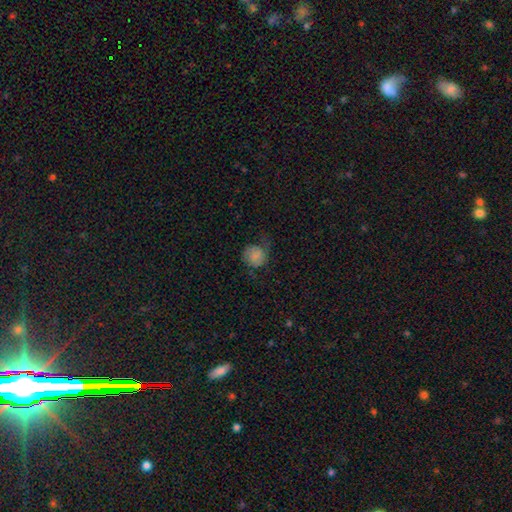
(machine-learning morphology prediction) smooth_or_featured: smooth (p=0.64) [alt: featured or disk p=0.26]
how_rounded: round (p=0.80) [alt: in between p=0.19]
merging: none (p=0.50) [alt: minor disturbance p=0.28]